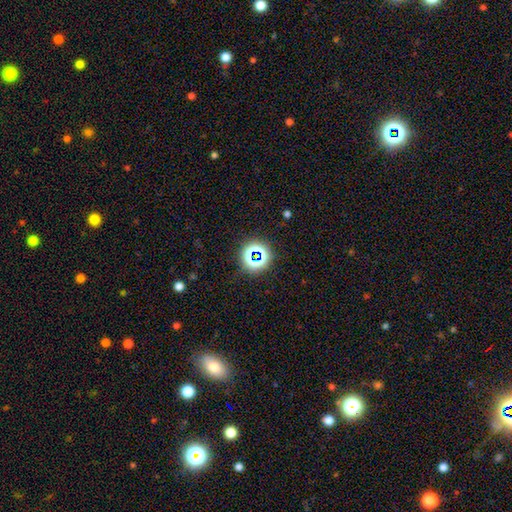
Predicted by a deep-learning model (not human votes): Overall: star or artifact (62%; smooth 28%).